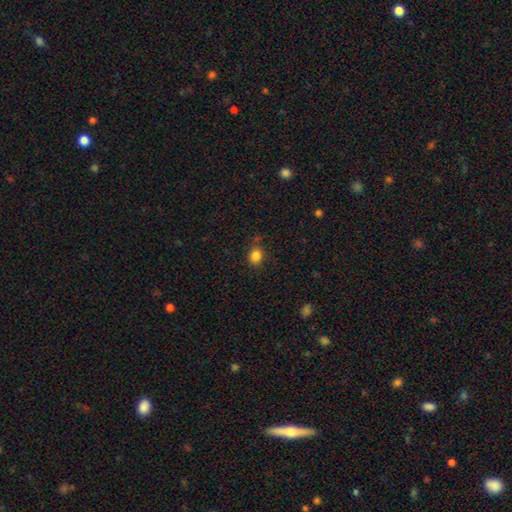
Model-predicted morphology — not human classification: Q: Smooth or featured?
A: smooth (84%); runner-up: star or artifact (12%)
Q: How rounded?
A: round (66%); runner-up: in between (33%)
Q: Merging?
A: none (80%); runner-up: minor disturbance (13%)